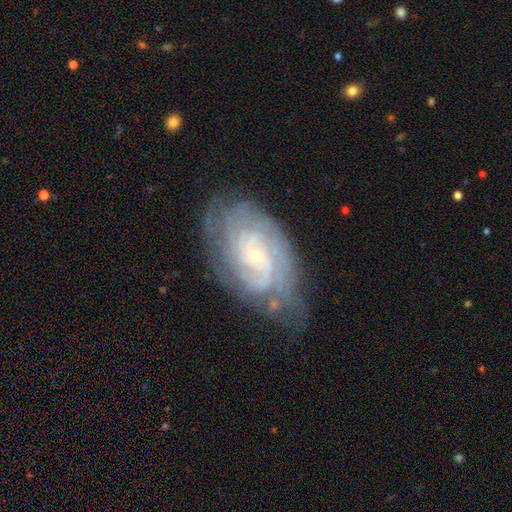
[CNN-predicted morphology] This appears to be a featured or disk galaxy (86%) with no bar (68%), tight (74%) spiral arms (96%) and a small central bulge (81%). Merging: none (69%).